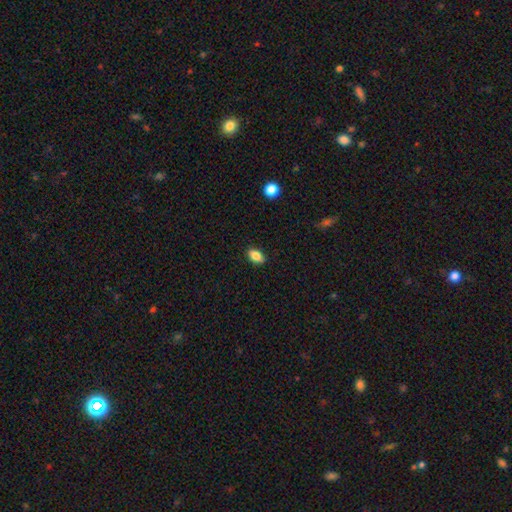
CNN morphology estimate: This is clearly a smooth galaxy (84%). How rounded: clearly in between (89%). Merging: clearly none (88%).